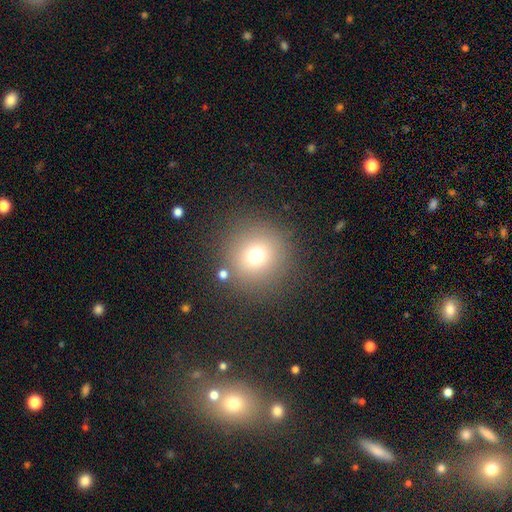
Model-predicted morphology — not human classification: smooth 70%, star or artifact 19%, featured or disk 11%. Down the decision tree: how rounded — round (95%); merging — none (84%).